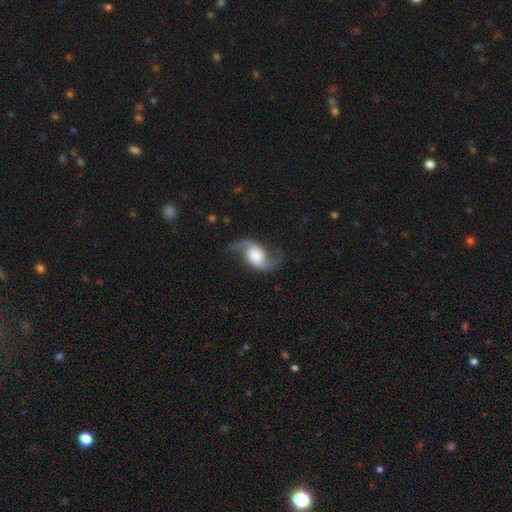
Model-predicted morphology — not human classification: smooth-or-featured: featured or disk: 85% | smooth: 10% | star or artifact: 6%
  disk-edge-on: no: 97% | yes: 3%
    bar: no: 65% | weak: 27% | strong: 8%
    has-spiral-arms: yes: 97% | no: 3%
      spiral-winding: loose: 77% | medium: 19% | tight: 4%
      spiral-arm-count: 2: 94% | 1: 2% | can't tell: 1% | 3: 1% | 4: 1% | more than 4: 1%
    bulge-size: large: 44% | dominant: 20% | moderate: 16% | none: 11% | small: 9%
  merging: none: 74% | minor disturbance: 16% | major disturbance: 9% | merger: 2%